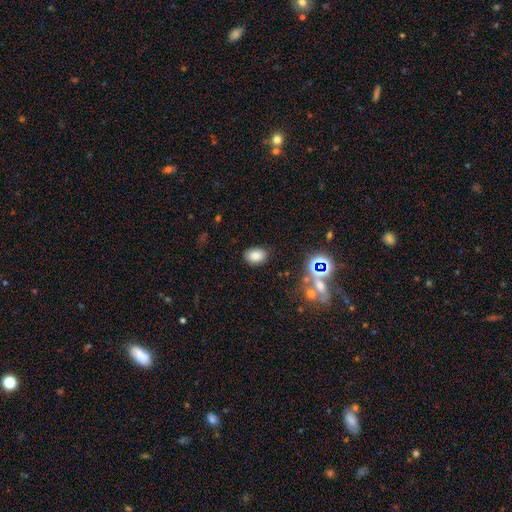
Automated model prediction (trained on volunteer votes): This appears to be a smooth galaxy with no disk features (81%) that is in between round and cigar-shaped (82%). Merging: none (85%).